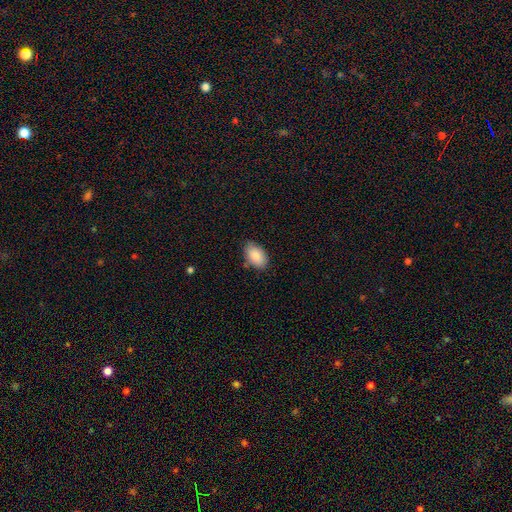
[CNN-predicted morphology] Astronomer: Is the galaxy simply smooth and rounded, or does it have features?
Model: smooth — 87%.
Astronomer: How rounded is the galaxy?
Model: in between — 92%.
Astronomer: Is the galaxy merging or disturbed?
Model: none — 77%.